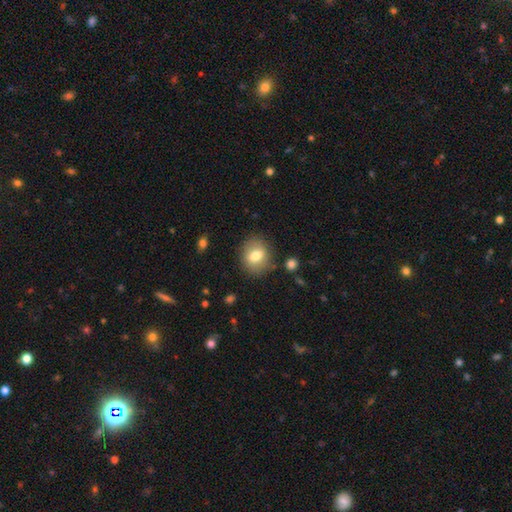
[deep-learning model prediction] Overall: smooth (71%). How rounded: round (61%; in between 38%). Merging: none (83%).